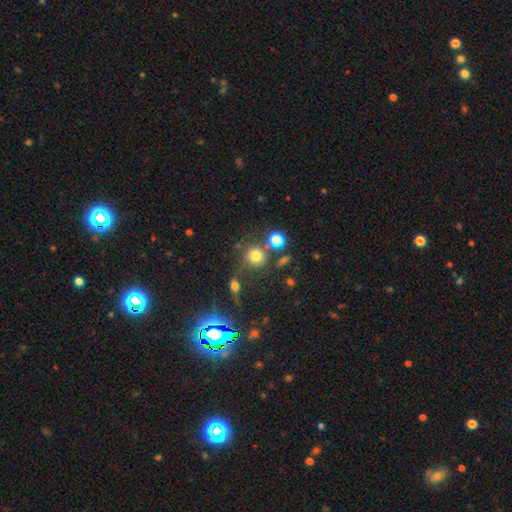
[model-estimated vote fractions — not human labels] This is likely a smooth galaxy (72%). How rounded: clearly round (90%). Merging: likely none (70%).